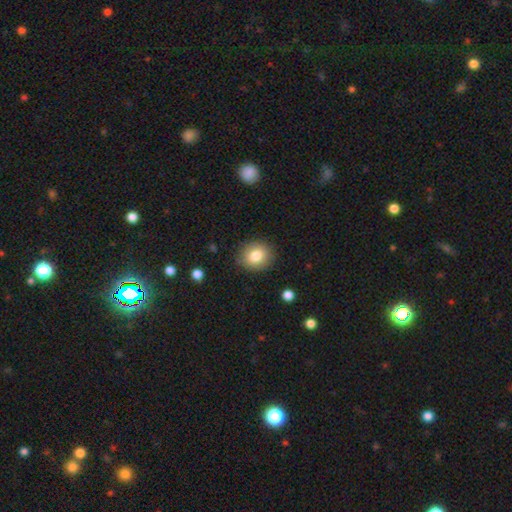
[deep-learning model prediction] Smooth or featured?
  - smooth: 82% *
  - star or artifact: 9%
  - featured or disk: 9%
How rounded?
  - round: 80% *
  - in between: 20%
  - cigar-shaped: 1%
Merging?
  - none: 88% *
  - minor disturbance: 9%
  - major disturbance: 3%
  - merger: 1%